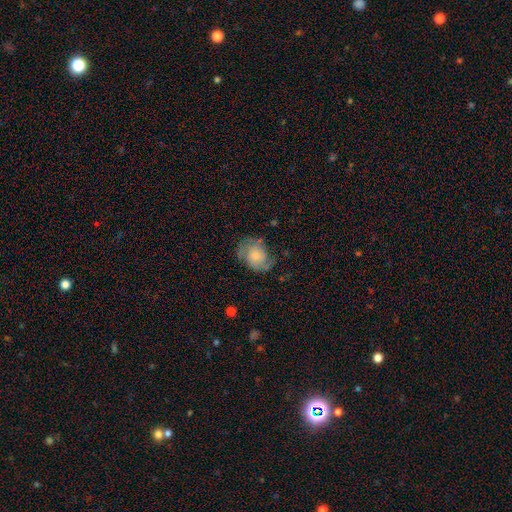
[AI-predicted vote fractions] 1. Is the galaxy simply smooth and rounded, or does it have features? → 49% smooth, 43% featured or disk, 8% star or artifact.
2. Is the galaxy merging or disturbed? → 52% none, 29% minor disturbance, 18% major disturbance, 2% merger.